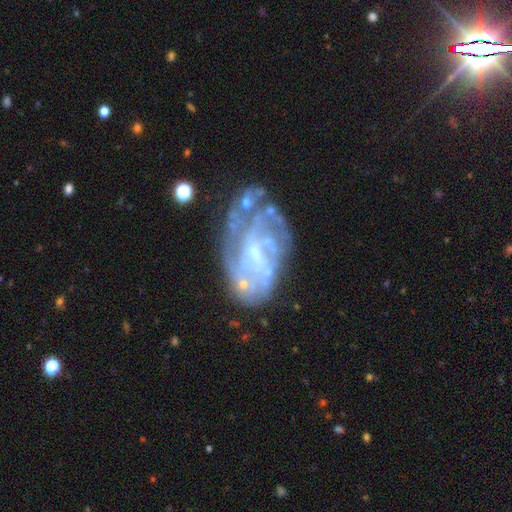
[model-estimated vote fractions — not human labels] smooth_or_featured: featured or disk (p=0.81) [alt: smooth p=0.11]
disk_edge_on: no (p=0.97) [alt: yes p=0.03]
bar: no (p=0.45) [alt: weak p=0.43]
has_spiral_arms: yes (p=0.72) [alt: no p=0.28]
spiral_winding: tight (p=0.50) [alt: medium p=0.34]
spiral_arm_count: can't tell (p=0.54) [alt: 2 p=0.14]
bulge_size: small (p=0.58) [alt: moderate p=0.24]
merging: none (p=0.49) [alt: minor disturbance p=0.24]